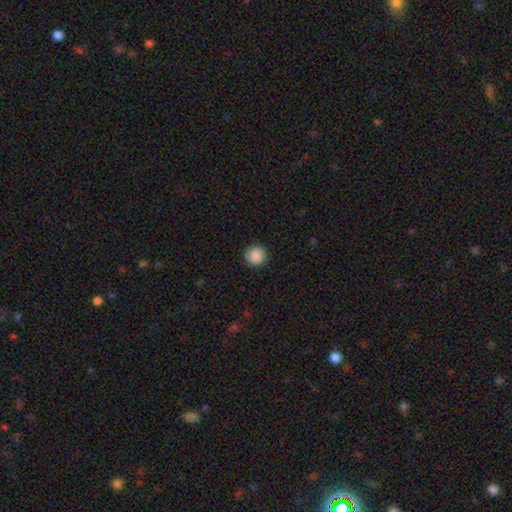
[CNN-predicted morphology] A smooth galaxy with no disk features (87%) that is round (93%). Merging: none (88%).